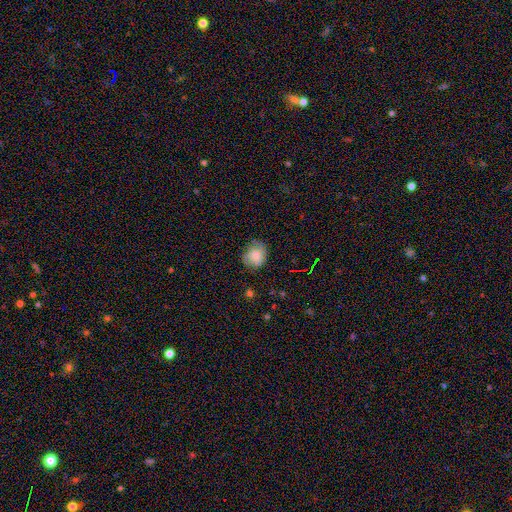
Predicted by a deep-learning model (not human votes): Smooth or featured? smooth (72%)
How rounded? round (68%)
Merging? none (66%)